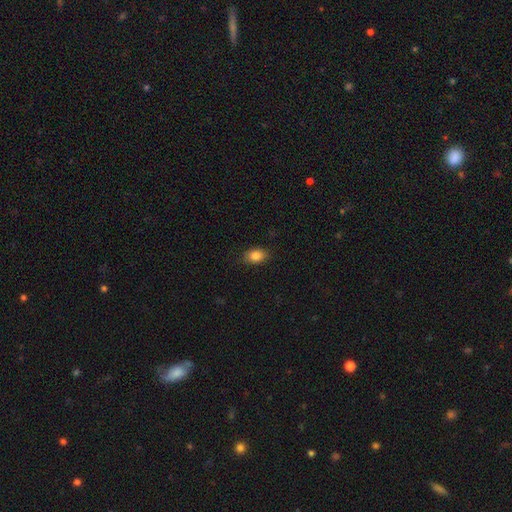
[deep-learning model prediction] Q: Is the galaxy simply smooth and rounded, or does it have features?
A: smooth — 86%.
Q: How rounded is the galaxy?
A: in between — 81%.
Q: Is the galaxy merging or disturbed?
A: none — 85%.